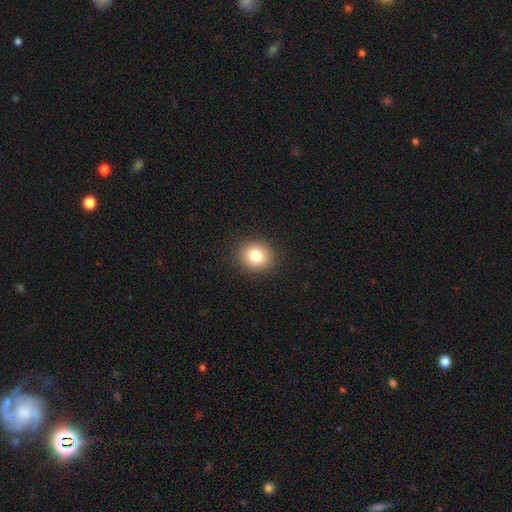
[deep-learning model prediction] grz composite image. It shows a smooth galaxy with no disk features (80%) that is round (81%). Merging: none (91%).